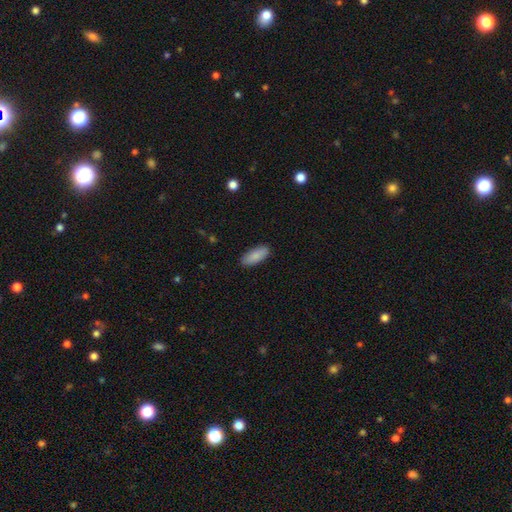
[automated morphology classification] This is clearly a smooth galaxy (88%). How rounded: likely in between (78%). Merging: clearly none (89%).